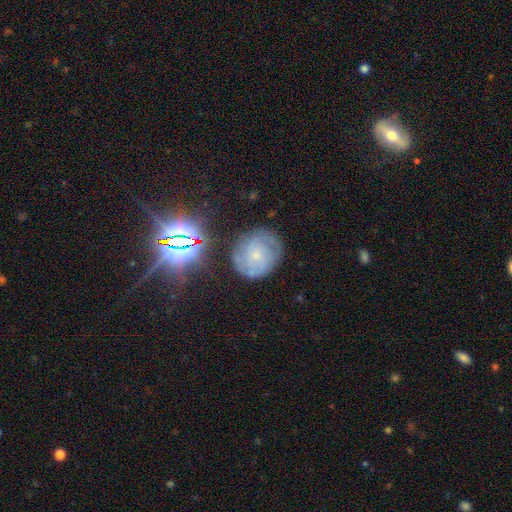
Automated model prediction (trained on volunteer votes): Overall: featured or disk (59%; smooth 26%). Edge-on disk: no (97%). Bar: no (77%). Spiral arms: yes (83%). Bulge size: small (77%). Merging: none (73%).